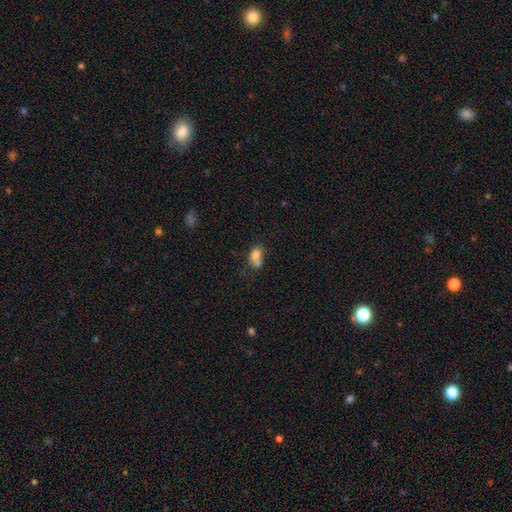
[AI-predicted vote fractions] smooth 75%, featured or disk 15%, star or artifact 10%. Down the decision tree: how rounded — in between (70%); merging — merger (48%).